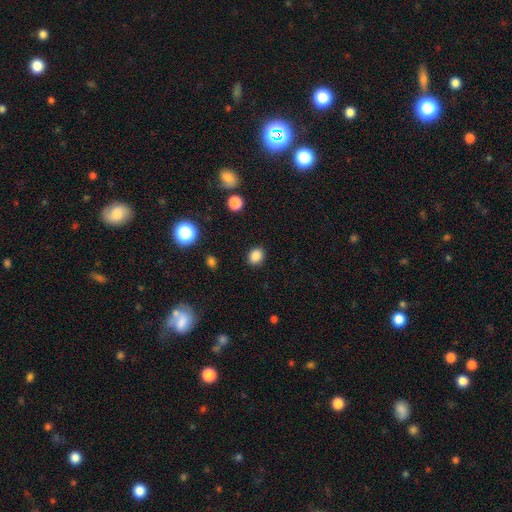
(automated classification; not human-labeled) A smooth galaxy with no disk features (85%) that is round (59%).

Vote fractions:
- Smooth or featured? smooth: 85% / star or artifact: 11% / featured or disk: 4%
- How rounded? round: 59% / in between: 40% / cigar-shaped: 1%
- Merging? none: 88% / minor disturbance: 8% / major disturbance: 3% / merger: 1%